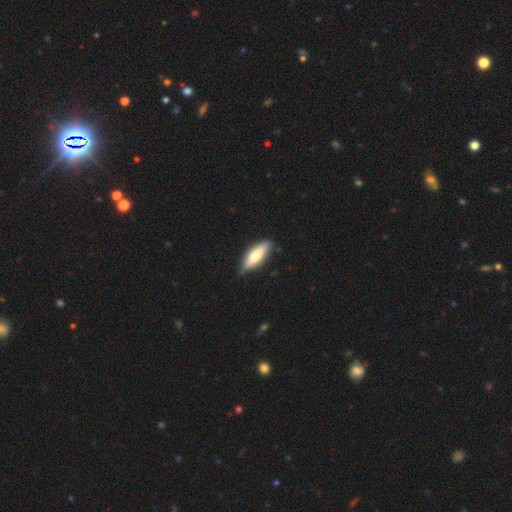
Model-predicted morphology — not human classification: Smooth or featured? Predicted: smooth (p=0.66). How rounded? Predicted: in between (p=0.61). Merging? Predicted: none (p=0.79).